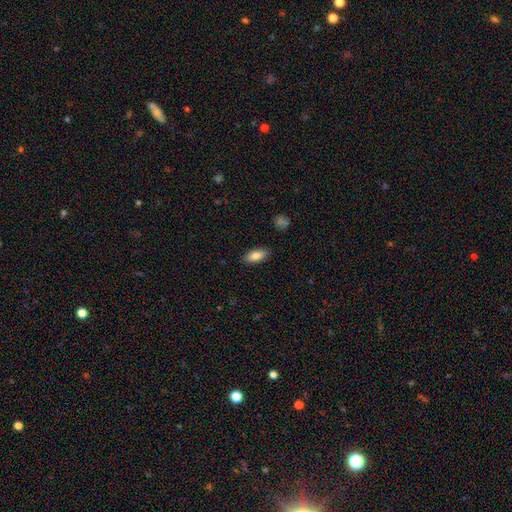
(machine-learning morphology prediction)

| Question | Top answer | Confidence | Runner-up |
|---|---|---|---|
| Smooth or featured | smooth | 83% | featured or disk (11%) |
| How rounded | in between | 85% | cigar-shaped (13%) |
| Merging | none | 88% | minor disturbance (9%) |